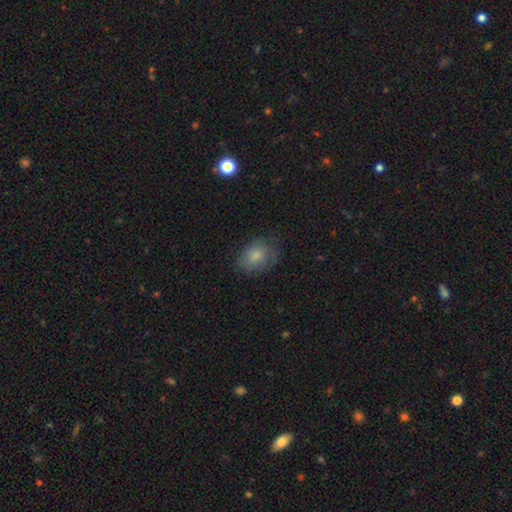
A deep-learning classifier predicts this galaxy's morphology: Q: Smooth or featured?
A: smooth (80%); runner-up: featured or disk (12%)
Q: How rounded?
A: in between (69%); runner-up: round (30%)
Q: Merging?
A: none (70%); runner-up: minor disturbance (22%)